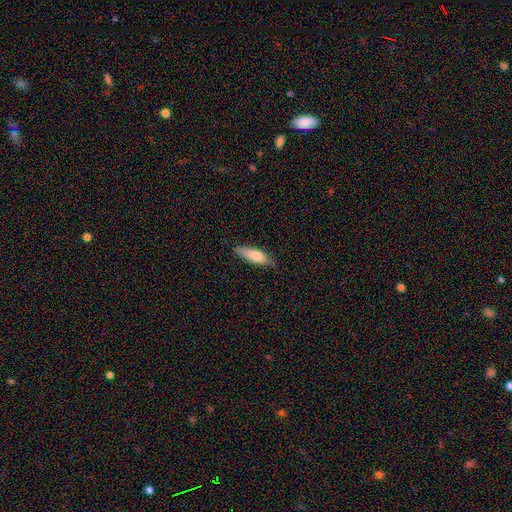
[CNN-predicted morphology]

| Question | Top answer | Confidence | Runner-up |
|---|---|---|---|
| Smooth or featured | smooth | 74% | featured or disk (20%) |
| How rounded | cigar-shaped | 51% | in between (47%) |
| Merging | none | 81% | minor disturbance (16%) |